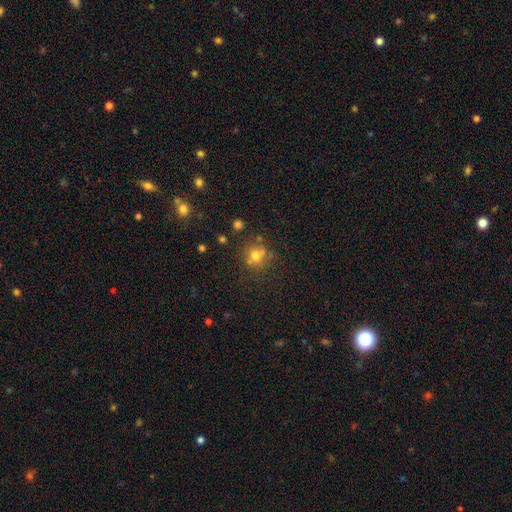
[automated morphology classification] A smooth galaxy with no disk features (69%) that is round (83%). Merging: none (63%).